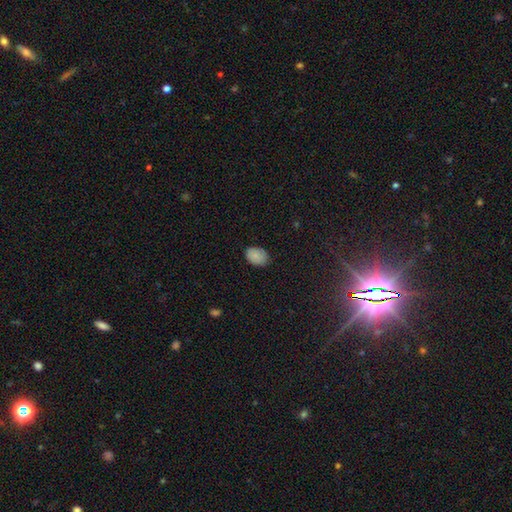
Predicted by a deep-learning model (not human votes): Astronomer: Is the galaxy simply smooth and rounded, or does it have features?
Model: smooth — 83%.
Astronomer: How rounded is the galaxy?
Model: in between — 79%.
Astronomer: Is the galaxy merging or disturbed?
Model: none — 79%.